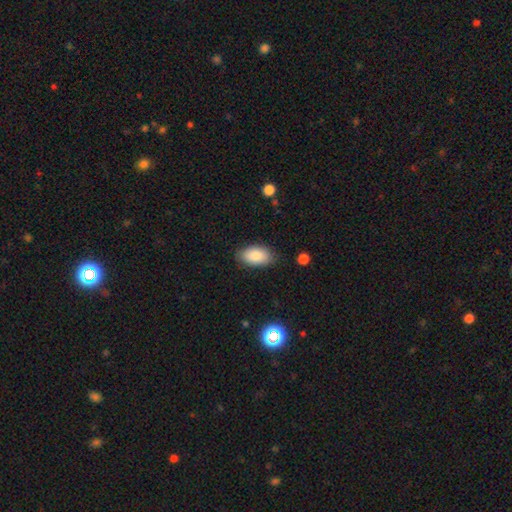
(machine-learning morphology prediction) This is clearly a smooth galaxy (87%). How rounded: clearly in between (94%). Merging: clearly none (82%).